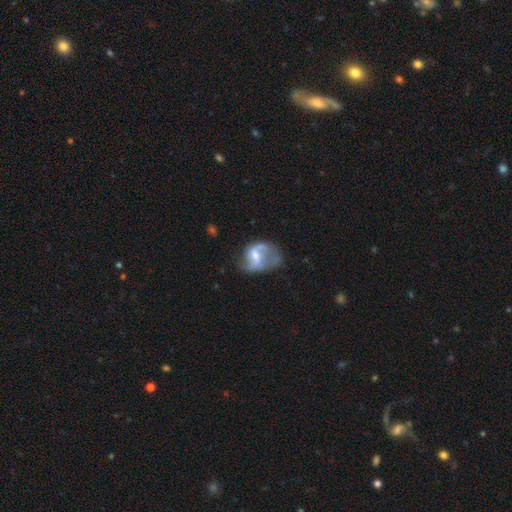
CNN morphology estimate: This is likely a featured or disk galaxy (75%). It is clearly not viewed edge-on (98%). Bar: possibly weak (54%). Spiral arm pattern: clearly yes (86%). Spiral arm count: likely 2 (78%). Spiral winding: possibly loose (59%). Central bulge: possibly moderate (45%). Merging: possibly none (45%).